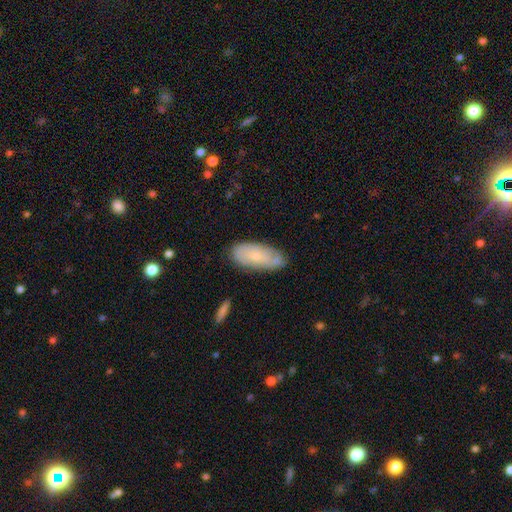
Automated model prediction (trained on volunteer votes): Smooth or featured: smooth — 51% (featured or disk — 42%)
How rounded: in between — 85% (cigar-shaped — 13%)
Merging: none — 69% (minor disturbance — 23%)